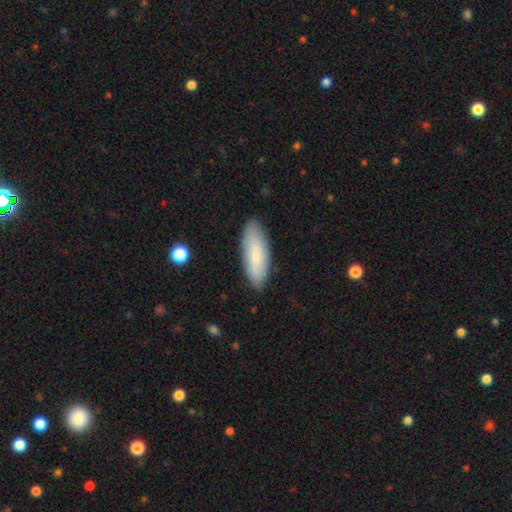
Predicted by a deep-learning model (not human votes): smooth-or-featured: smooth: 82% | featured or disk: 12% | star or artifact: 6%
  how-rounded: in between: 63% | cigar-shaped: 35% | round: 2%
  merging: none: 86% | minor disturbance: 11% | major disturbance: 2% | merger: 1%